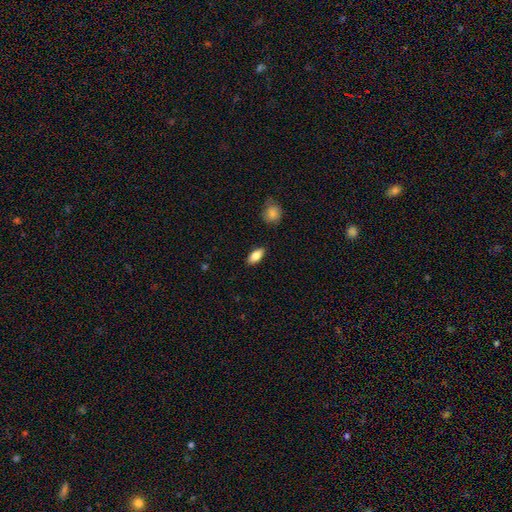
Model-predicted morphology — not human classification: Smooth or featured: smooth — 83% (featured or disk — 11%)
How rounded: in between — 89% (cigar-shaped — 8%)
Merging: none — 88% (minor disturbance — 9%)